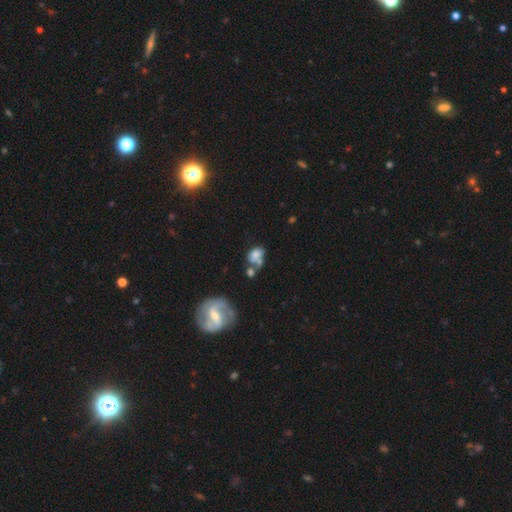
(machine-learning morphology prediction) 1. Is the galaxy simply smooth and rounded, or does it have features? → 58% smooth, 30% featured or disk, 12% star or artifact.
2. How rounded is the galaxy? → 72% in between, 26% round, 2% cigar-shaped.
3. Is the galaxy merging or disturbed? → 42% merger, 25% none, 17% minor disturbance, 16% major disturbance.